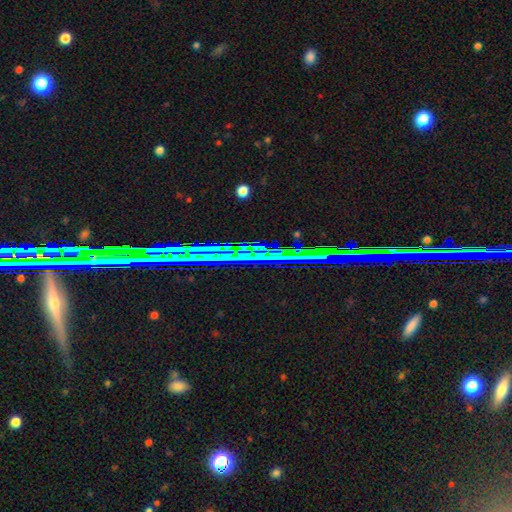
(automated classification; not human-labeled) This appears to be a star or artifact, not a galaxy (64%).